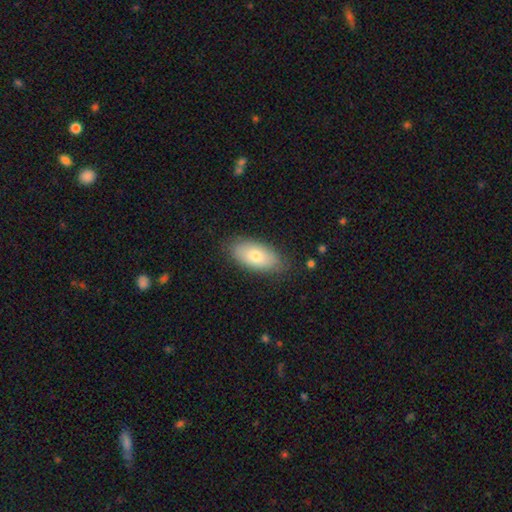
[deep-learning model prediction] Smooth or featured? smooth (74%)
How rounded? in between (92%)
Merging? none (82%)